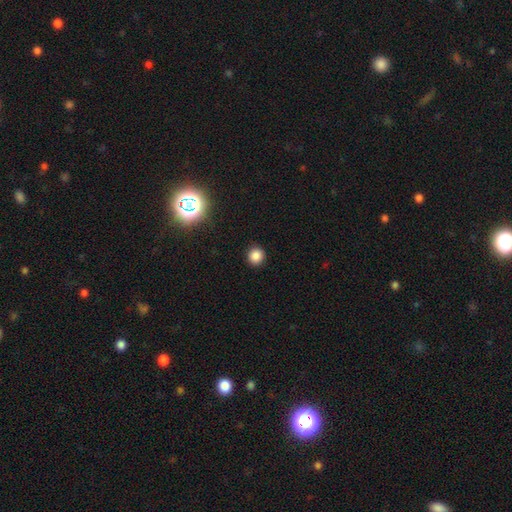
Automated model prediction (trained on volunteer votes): This appears to be a smooth galaxy with no disk features (83%) that is round (91%). Merging: none (91%).